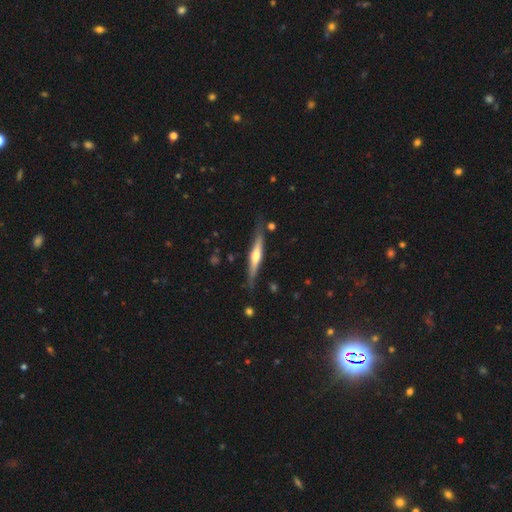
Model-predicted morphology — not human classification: smooth-or-featured: featured or disk: 66% | smooth: 29% | star or artifact: 5%
  disk-edge-on: yes: 96% | no: 4%
    edge-on-bulge: rounded: 87% | none: 7% | boxy: 6%
  merging: none: 80% | minor disturbance: 15% | major disturbance: 3% | merger: 3%